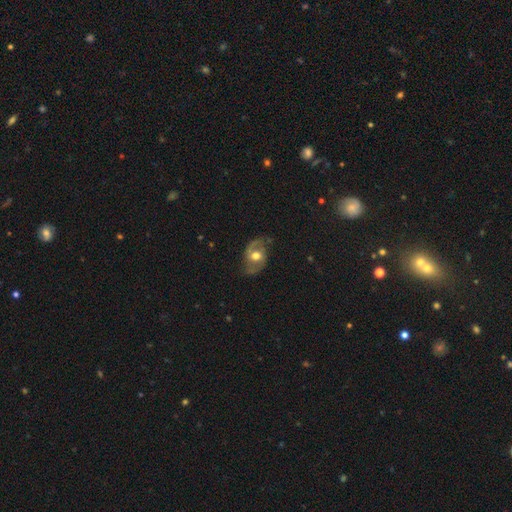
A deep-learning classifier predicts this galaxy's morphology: A featured or disk galaxy (75%) with no bar (55%), 2 (88%) medium (43%, tied with loose) spiral arms (86%) and a moderate central bulge (72%).

Vote fractions:
- Smooth or featured? featured or disk: 75% / smooth: 19% / star or artifact: 7%
- Edge-on disk? no: 96% / yes: 4%
- Bar? no: 55% / weak: 34% / strong: 11%
- Spiral arms? yes: 86% / no: 14%
- Spiral winding? medium: 43% (tied) / loose: 43% (tied) / tight: 14%
- Spiral arm count? 2: 88% / can't tell: 5% / 1: 4% / 3: 1% / 4: 1% / more than 4: 1%
- Bulge size? moderate: 72% / large: 17% / small: 8% / dominant: 1% / none: 1%
- Merging? none: 70% / minor disturbance: 19% / major disturbance: 9% / merger: 1%